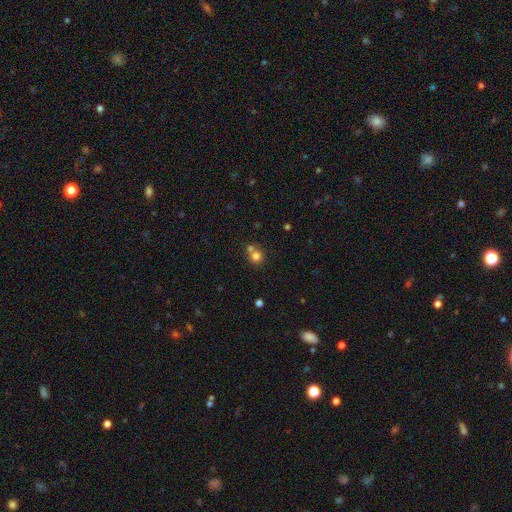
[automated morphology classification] smooth_or_featured: smooth (p=0.77) [alt: star or artifact p=0.13]
how_rounded: round (p=0.87) [alt: in between p=0.12]
merging: none (p=0.50) [alt: merger p=0.40]